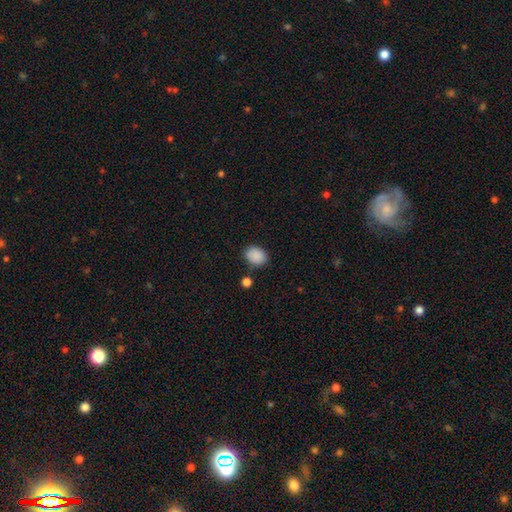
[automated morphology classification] Smooth or featured? Predicted: smooth (p=0.88). How rounded? Predicted: in between (p=0.55). Merging? Predicted: none (p=0.80).